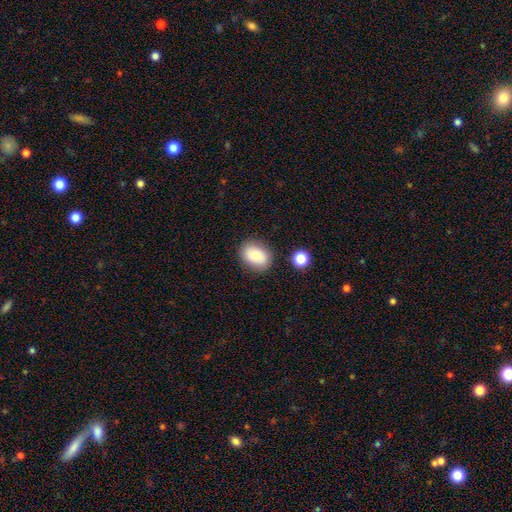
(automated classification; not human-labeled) A smooth galaxy with no disk features (82%) that is in between round and cigar-shaped (75%). Merging: none (82%).